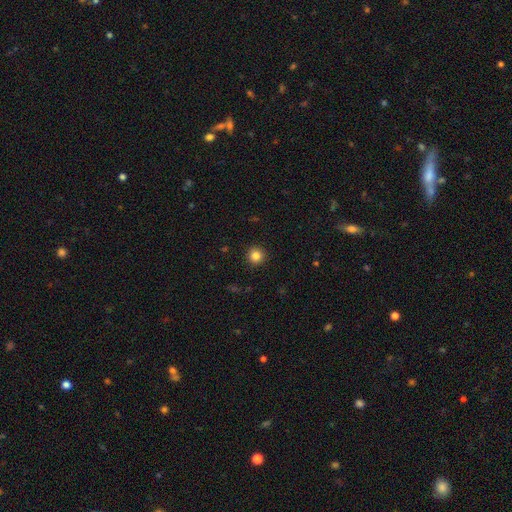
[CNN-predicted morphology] Smooth or featured? Predicted: smooth (p=0.84). How rounded? Predicted: round (p=0.95). Merging? Predicted: none (p=0.92).